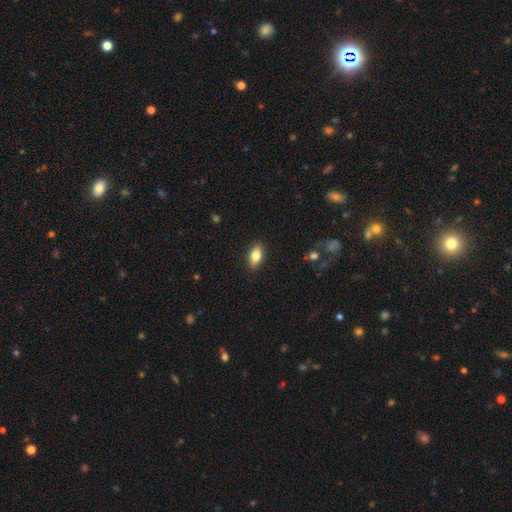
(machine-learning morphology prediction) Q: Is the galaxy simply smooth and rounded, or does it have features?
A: smooth — 81%.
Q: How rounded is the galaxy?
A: in between — 88%.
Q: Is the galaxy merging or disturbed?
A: none — 89%.